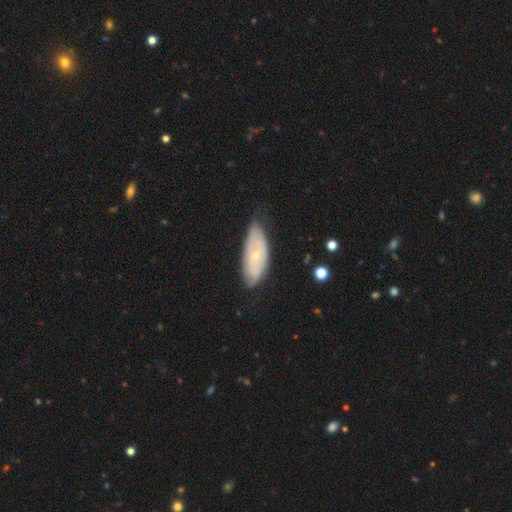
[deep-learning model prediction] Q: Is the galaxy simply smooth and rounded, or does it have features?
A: featured or disk — 54%.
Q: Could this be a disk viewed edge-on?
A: no — 86%.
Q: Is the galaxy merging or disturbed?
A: none — 59%.